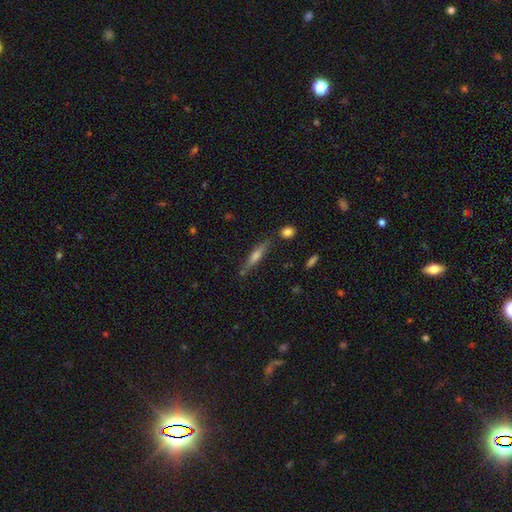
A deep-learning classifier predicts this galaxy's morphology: smooth_or_featured: featured or disk (p=0.46) [alt: smooth p=0.45]
merging: none (p=0.79) [alt: minor disturbance p=0.13]